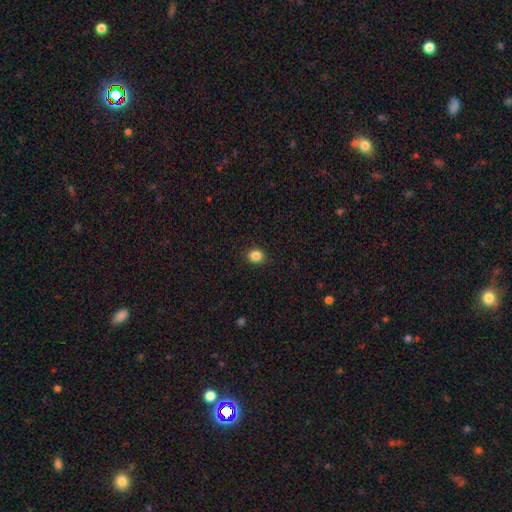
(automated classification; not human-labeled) Smooth or featured? Predicted: smooth (p=0.86). How rounded? Predicted: round (p=0.68). Merging? Predicted: none (p=0.90).